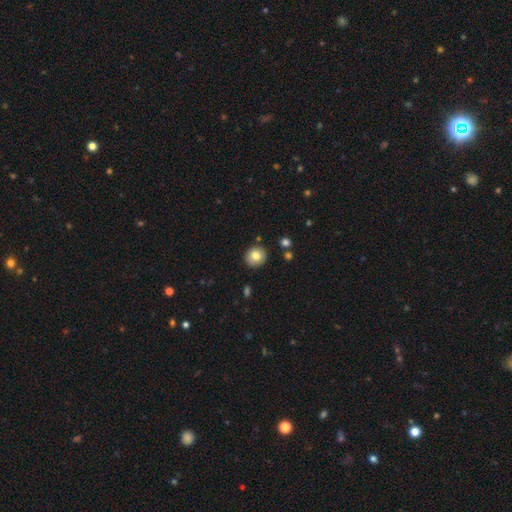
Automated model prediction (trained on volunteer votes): A smooth galaxy with no disk features (81%) that is round (89%).

Vote fractions:
- Smooth or featured? smooth: 81% / featured or disk: 10% / star or artifact: 9%
- How rounded? round: 89% / in between: 10% / cigar-shaped: 1%
- Merging? none: 89% / minor disturbance: 7% / merger: 2% / major disturbance: 2%